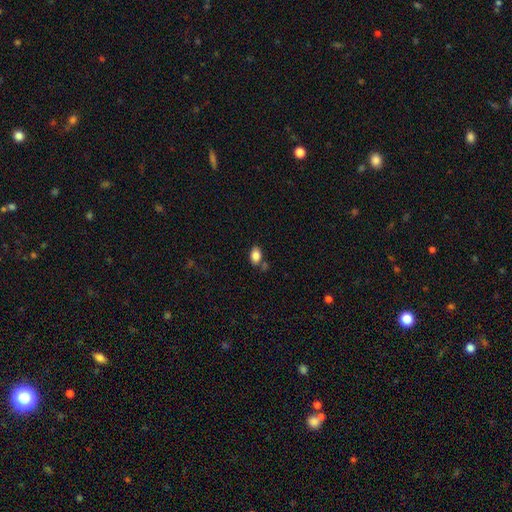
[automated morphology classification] Smooth or featured? smooth (85%)
How rounded? in between (86%)
Merging? none (71%)